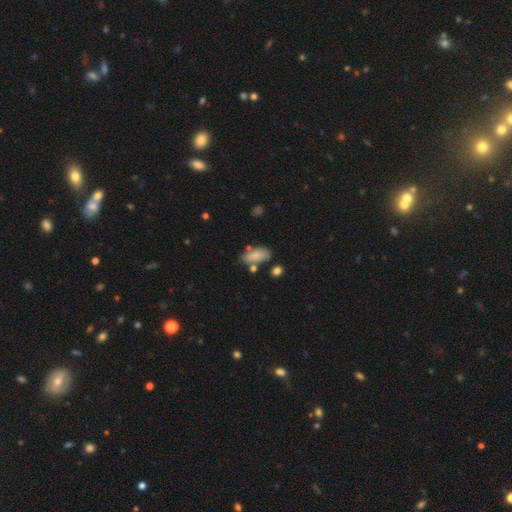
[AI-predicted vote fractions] The model was most divided on "merging": none: 64%, minor disturbance: 19%, merger: 11%, major disturbance: 5%. More confident: how rounded — in between (86%); smooth or featured — smooth (81%).